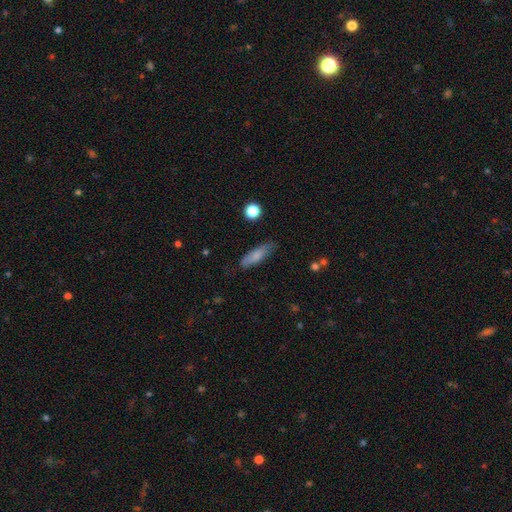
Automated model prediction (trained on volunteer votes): Smooth or featured: smooth — 77% (featured or disk — 16%)
How rounded: cigar-shaped — 54% (in between — 44%)
Merging: none — 76% (minor disturbance — 18%)